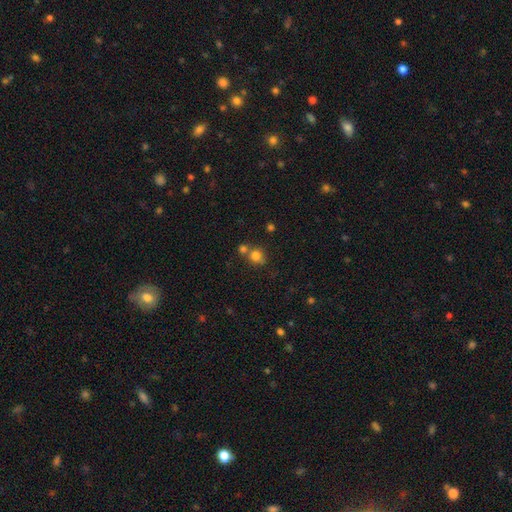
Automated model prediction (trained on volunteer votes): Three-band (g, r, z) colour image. It shows a smooth galaxy with no disk features (79%) that is round (85%). Merging: none (54%).